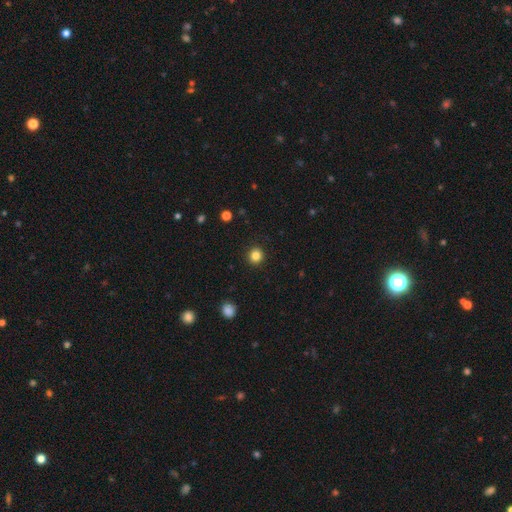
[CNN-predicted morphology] This is clearly a smooth galaxy (84%). How rounded: clearly round (94%). Merging: clearly none (93%).